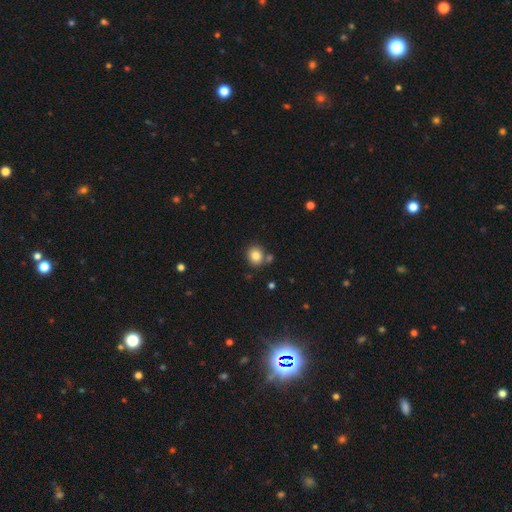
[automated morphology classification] Smooth or featured?
  - smooth: 83% *
  - star or artifact: 10%
  - featured or disk: 6%
How rounded?
  - round: 78% *
  - in between: 21%
  - cigar-shaped: 1%
Merging?
  - none: 75% *
  - merger: 12%
  - minor disturbance: 10%
  - major disturbance: 3%